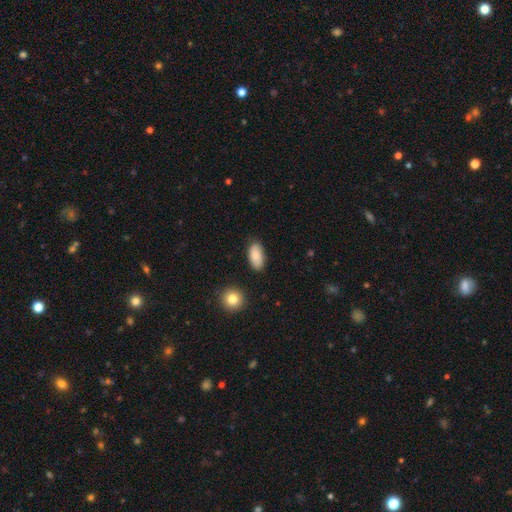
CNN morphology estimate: The model was most divided on "merging": none: 83%, minor disturbance: 13%, major disturbance: 3%, merger: 2%. More confident: how rounded — in between (93%); smooth or featured — smooth (86%).